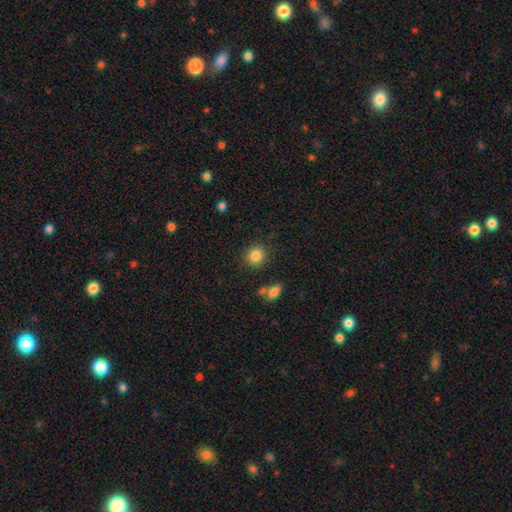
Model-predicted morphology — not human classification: This appears to be a smooth galaxy with no disk features (85%) that is round (86%). Merging: none (85%).